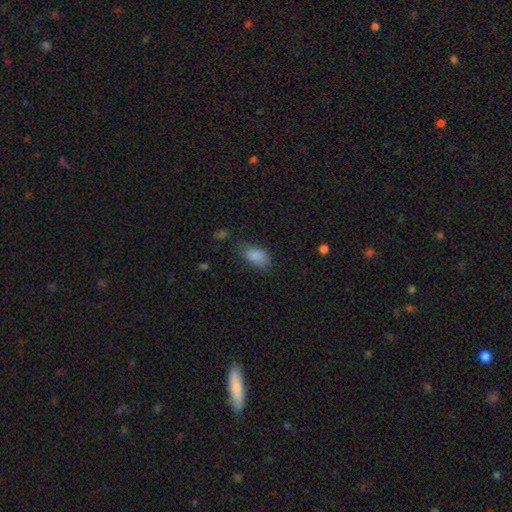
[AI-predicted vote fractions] A smooth galaxy with no disk features (86%) that is in between round and cigar-shaped (91%). Merging: none (63%).